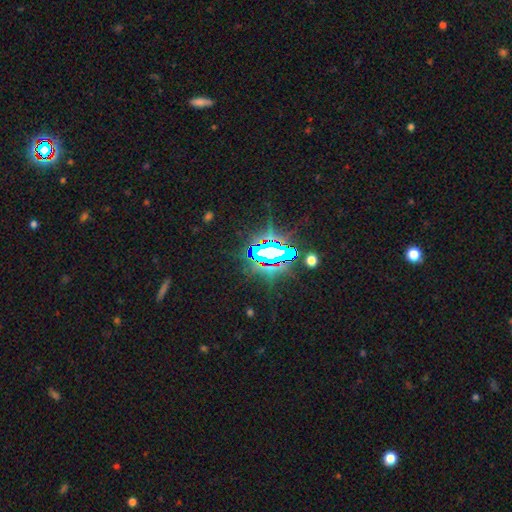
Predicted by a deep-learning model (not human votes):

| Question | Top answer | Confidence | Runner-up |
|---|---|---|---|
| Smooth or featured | star or artifact | 82% | smooth (10%) |